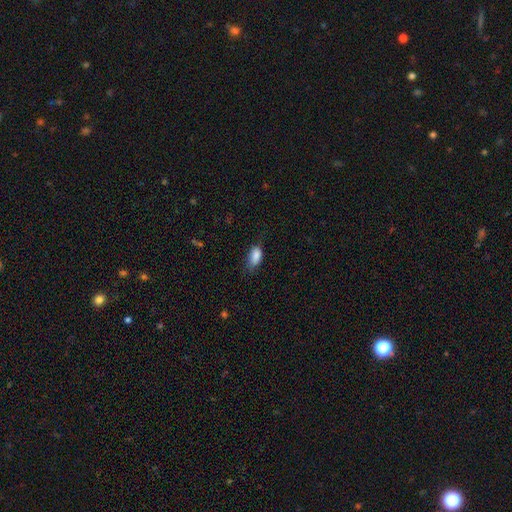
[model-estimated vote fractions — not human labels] Overall: smooth (85%). How rounded: in between (89%). Merging: none (58%; minor disturbance 31%).